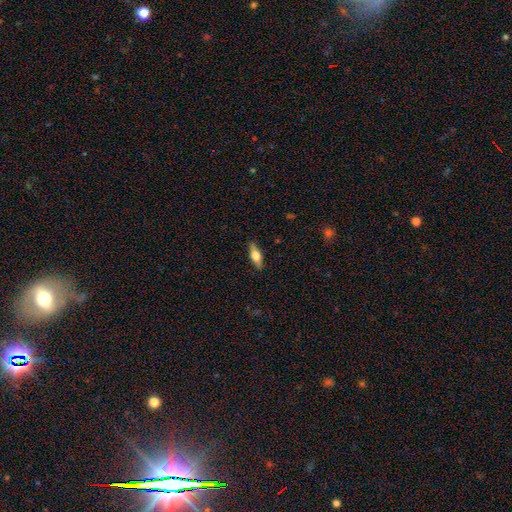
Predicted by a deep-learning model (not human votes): Morphology: type=smooth (53%); roundness=in between (59%); merging=none (88%).